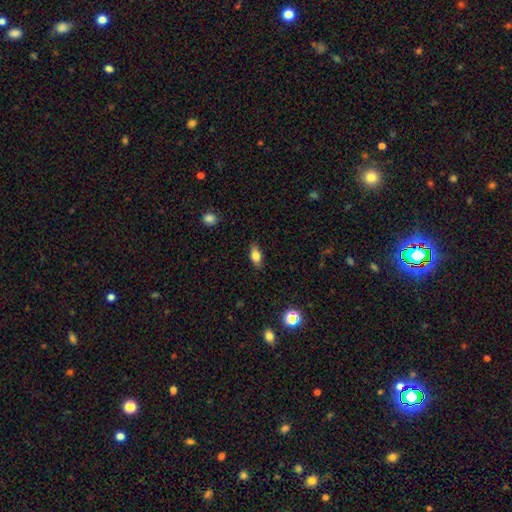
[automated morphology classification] The model was most divided on "smooth or featured": smooth: 77%, featured or disk: 14%, star or artifact: 9%. More confident: merging — none (86%); how rounded — in between (82%).